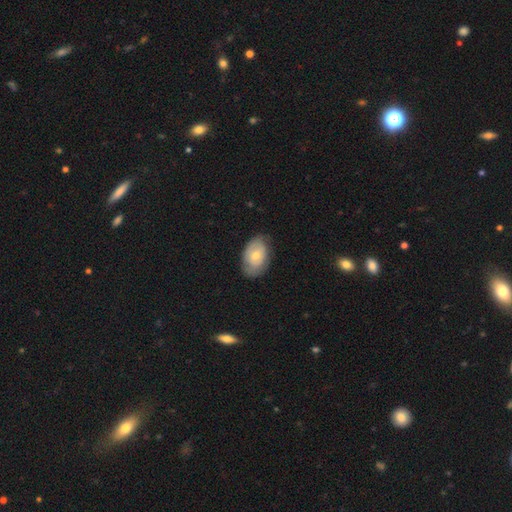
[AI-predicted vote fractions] Smooth or featured: smooth — 54% (featured or disk — 39%)
How rounded: in between — 87% (round — 12%)
Merging: none — 72% (minor disturbance — 22%)